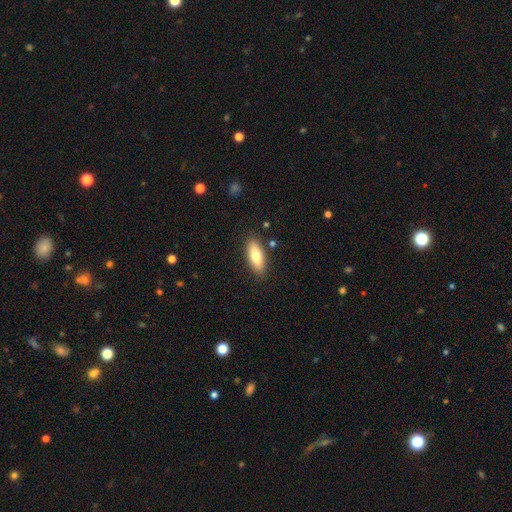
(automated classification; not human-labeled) Smooth or featured? smooth (76%)
How rounded? in between (71%)
Merging? none (85%)